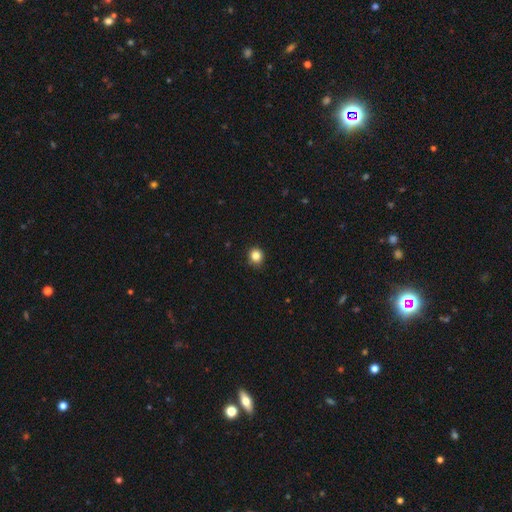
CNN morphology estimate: Smooth or featured? Predicted: smooth (p=0.85). How rounded? Predicted: round (p=0.84). Merging? Predicted: none (p=0.87).